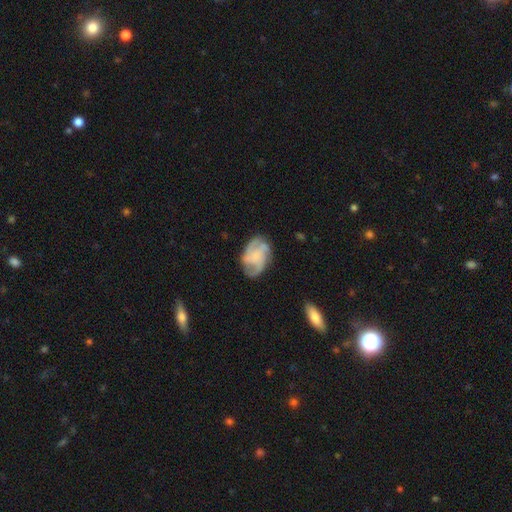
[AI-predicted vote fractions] The model was most divided on "bulge size": none: 45%, small: 28%, moderate: 18%, large: 7%, dominant: 2%. Remaining: edge-on disk — no (98%); spiral arms — yes (92%); smooth or featured — featured or disk (72%); merging — none (71%); bar — no (67%); spiral winding — medium (48%); spiral arm count — 3 (44%).